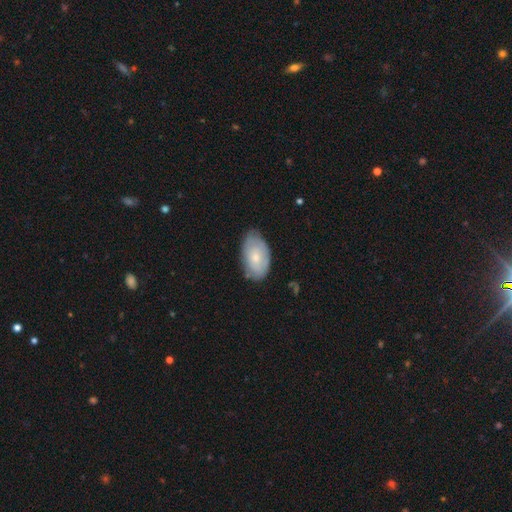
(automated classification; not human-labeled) Q: Smooth or featured?
A: smooth (58%); runner-up: featured or disk (36%)
Q: How rounded?
A: in between (93%); runner-up: round (5%)
Q: Merging?
A: none (68%); runner-up: minor disturbance (25%)